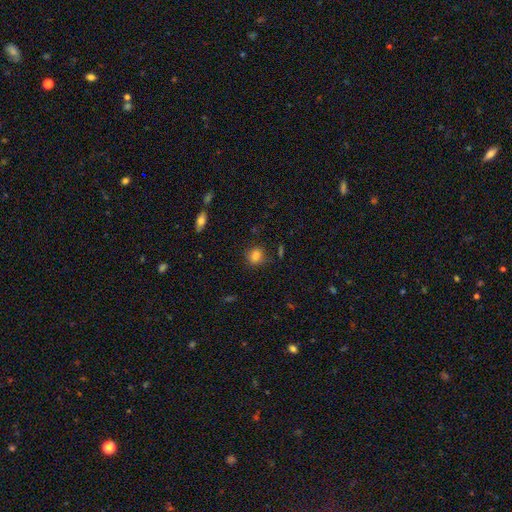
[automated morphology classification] Smooth or featured? smooth (82%)
How rounded? round (71%)
Merging? none (80%)